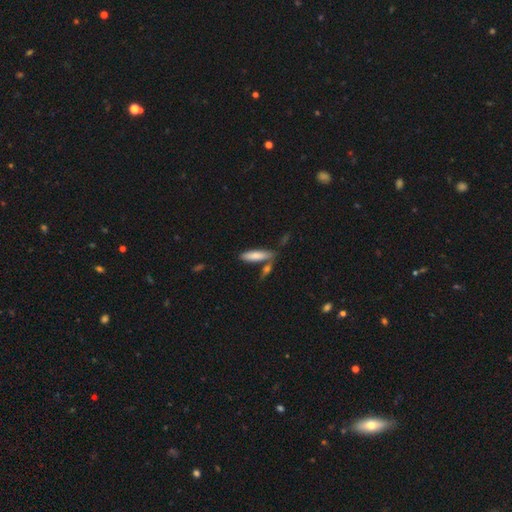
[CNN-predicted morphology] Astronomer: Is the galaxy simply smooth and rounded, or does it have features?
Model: smooth — 79%.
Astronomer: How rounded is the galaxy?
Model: cigar-shaped — 63%.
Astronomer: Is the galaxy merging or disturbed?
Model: none — 62%.